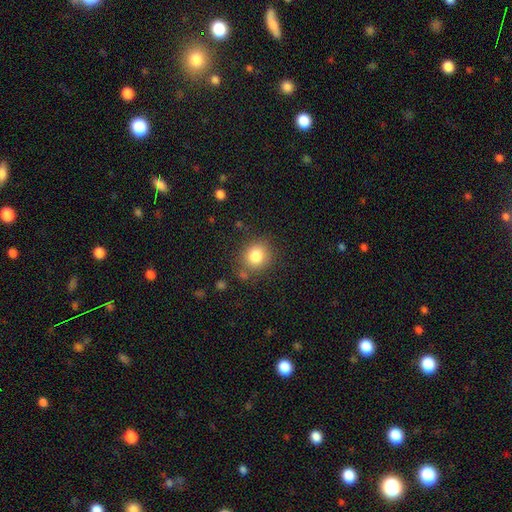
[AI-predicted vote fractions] smooth 82%, star or artifact 10%, featured or disk 7%. Down the decision tree: how rounded — round (82%); merging — none (80%).